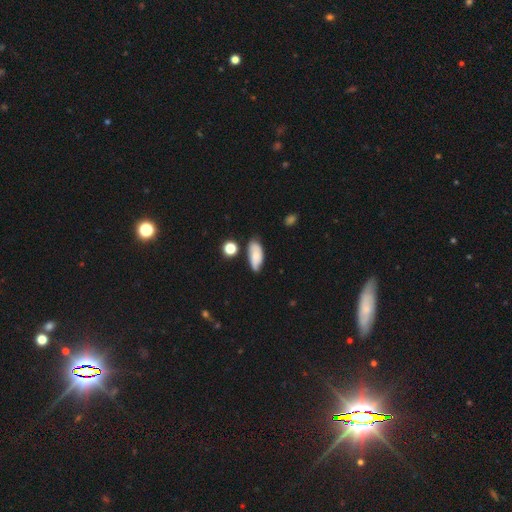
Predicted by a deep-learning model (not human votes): A smooth galaxy with no disk features (65%) that is in between round and cigar-shaped (86%).

Vote fractions:
- Smooth or featured? smooth: 65% / featured or disk: 27% / star or artifact: 8%
- How rounded? in between: 86% / cigar-shaped: 11% / round: 3%
- Merging? none: 65% / minor disturbance: 25% / merger: 5% / major disturbance: 5%